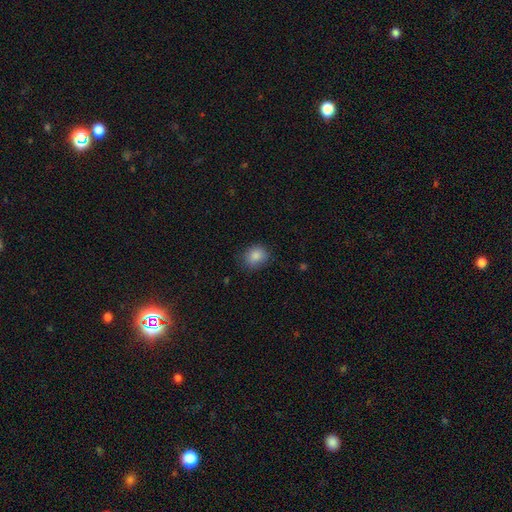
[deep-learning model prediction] Morphology: type=smooth (86%); roundness=round (64%); merging=none (77%).